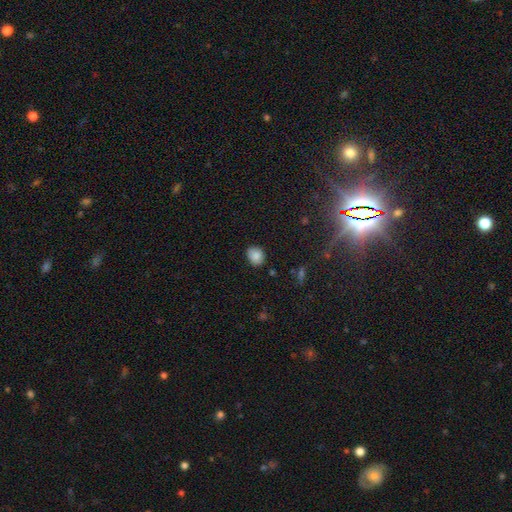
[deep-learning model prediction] smooth 86%, star or artifact 9%, featured or disk 5%. Down the decision tree: how rounded — round (54%); merging — none (80%).